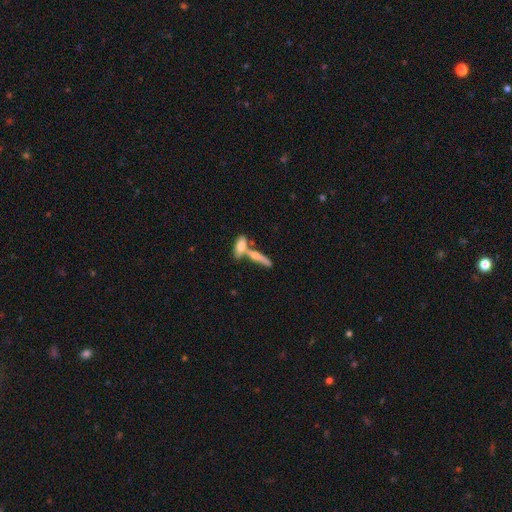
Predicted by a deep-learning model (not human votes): Overall: smooth (54%; featured or disk 38%). How rounded: cigar-shaped (69%). Merging: merger (49%; none 38%).